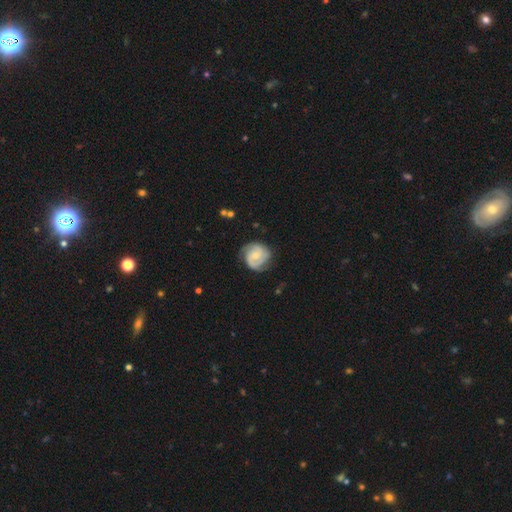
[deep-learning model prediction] smooth-or-featured: featured or disk: 82% | smooth: 13% | star or artifact: 5%
  disk-edge-on: no: 98% | yes: 2%
    bar: no: 61% | weak: 33% | strong: 6%
    has-spiral-arms: yes: 97% | no: 3%
      spiral-winding: tight: 55% | medium: 36% | loose: 8%
      spiral-arm-count: 2: 63% | 3: 19% | can't tell: 10% | 1: 3% | 4: 3% | more than 4: 2%
    bulge-size: small: 57% | moderate: 36% | none: 4% | large: 2% | dominant: 1%
  merging: none: 74% | minor disturbance: 18% | major disturbance: 6% | merger: 1%